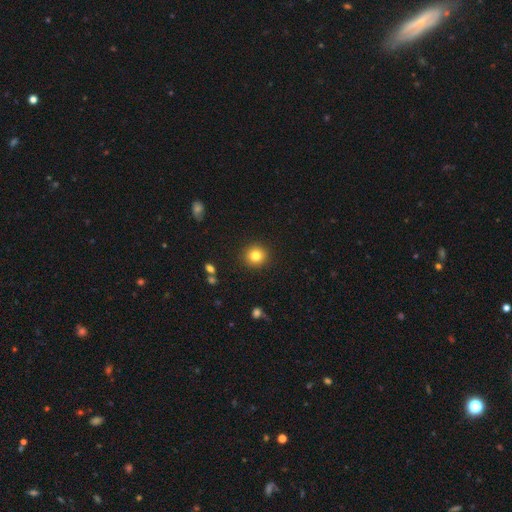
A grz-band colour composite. It shows a smooth galaxy with no disk features (89%) that is round (97%). Merging: none (97%).